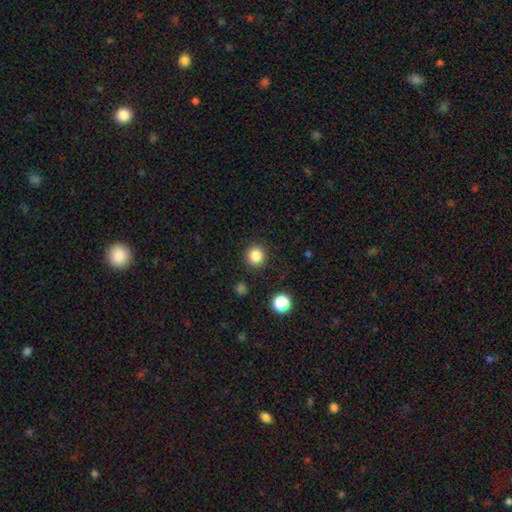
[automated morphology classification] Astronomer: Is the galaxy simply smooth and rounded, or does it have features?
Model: smooth — 84%.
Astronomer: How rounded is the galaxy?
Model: round — 92%.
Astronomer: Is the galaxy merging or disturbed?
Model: none — 91%.